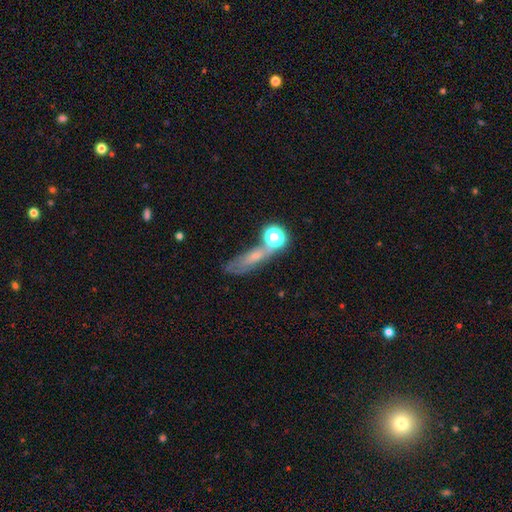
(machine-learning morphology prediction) Smooth or featured?
  - smooth: 47% *
  - featured or disk: 27%
  - star or artifact: 26%
Merging?
  - none: 44% *
  - major disturbance: 19%
  - merger: 19%
  - minor disturbance: 19%